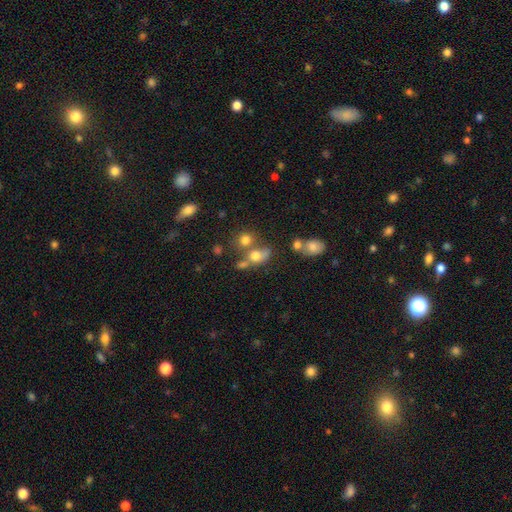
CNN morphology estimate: smooth_or_featured: smooth (p=0.68) [alt: featured or disk p=0.17]
how_rounded: round (p=0.56) [alt: in between p=0.41]
merging: merger (p=0.38) [alt: none p=0.37]